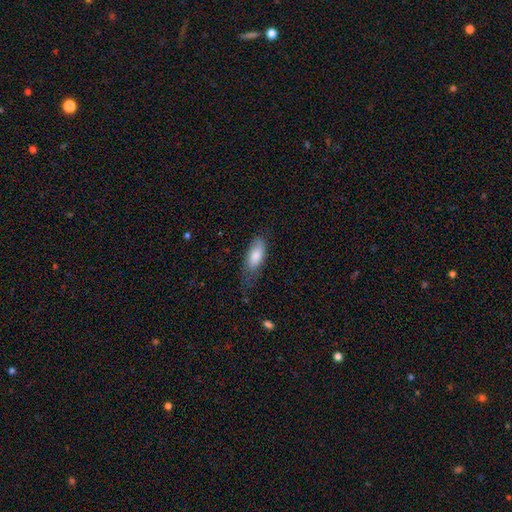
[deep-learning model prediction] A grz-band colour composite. It shows a smooth galaxy with no disk features (81%) that is in between round and cigar-shaped (81%). Merging: none (49%).